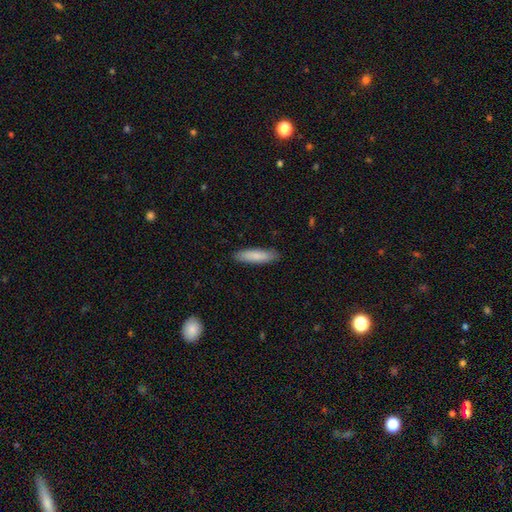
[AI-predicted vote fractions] Smooth or featured? Predicted: smooth (p=0.82). How rounded? Predicted: cigar-shaped (p=0.72). Merging? Predicted: none (p=0.88).